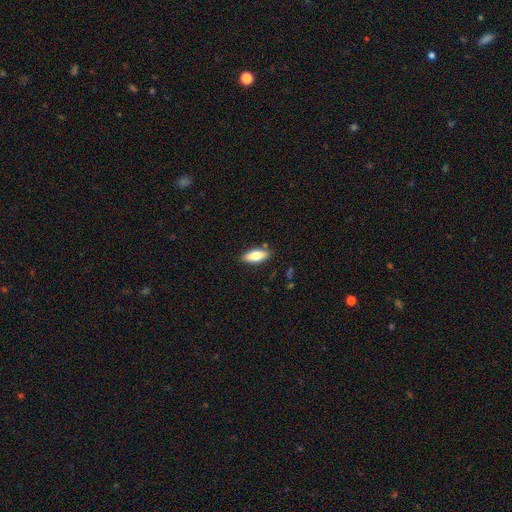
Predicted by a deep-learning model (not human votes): Smooth or featured? smooth (76%)
How rounded? in between (79%)
Merging? none (85%)